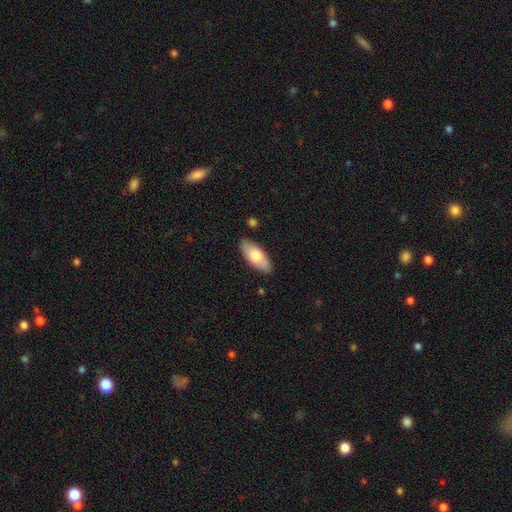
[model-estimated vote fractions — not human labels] A smooth galaxy with no disk features (72%) that is in between round and cigar-shaped (85%).

Vote fractions:
- Smooth or featured? smooth: 72% / featured or disk: 22% / star or artifact: 5%
- How rounded? in between: 85% / cigar-shaped: 13% / round: 2%
- Merging? none: 87% / minor disturbance: 10% / major disturbance: 2% / merger: 2%